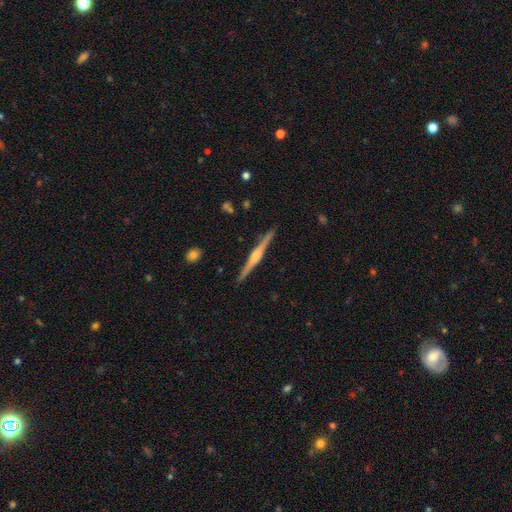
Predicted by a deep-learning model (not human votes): A featured or disk galaxy (81%) viewed edge-on (99%) with a rounded central bulge (69%). Merging: none (91%).